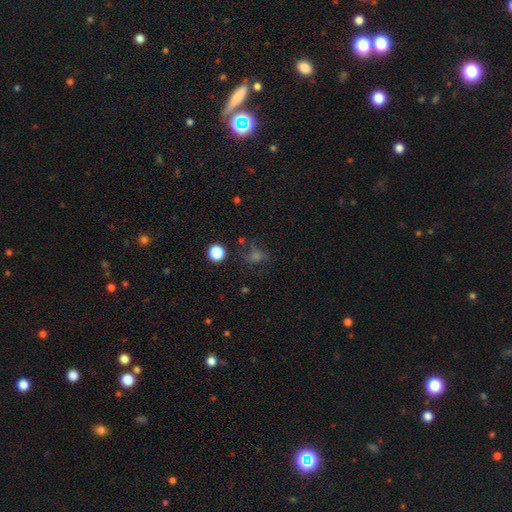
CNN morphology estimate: Smooth or featured?
  - smooth: 43% *
  - star or artifact: 38%
  - featured or disk: 18%
Merging?
  - none: 64% *
  - minor disturbance: 18%
  - major disturbance: 13%
  - merger: 5%